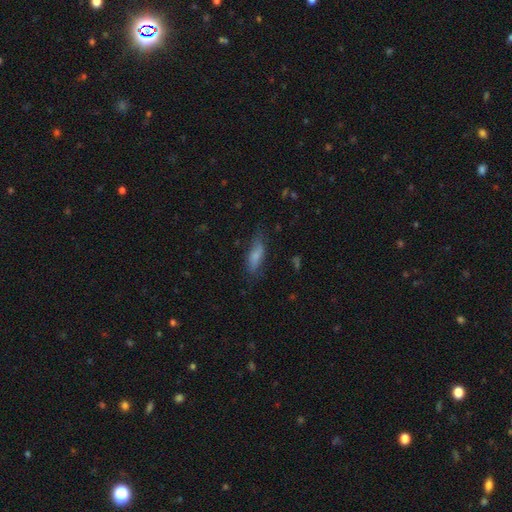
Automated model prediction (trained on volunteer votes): Smooth or featured? smooth (73%)
How rounded? in between (56%)
Merging? none (66%)